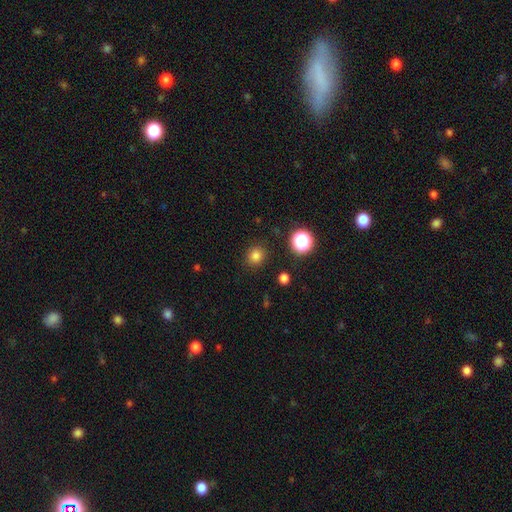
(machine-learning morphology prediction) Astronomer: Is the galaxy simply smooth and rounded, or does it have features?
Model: smooth — 81%.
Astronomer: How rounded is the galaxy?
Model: round — 81%.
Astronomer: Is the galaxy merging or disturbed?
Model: none — 88%.